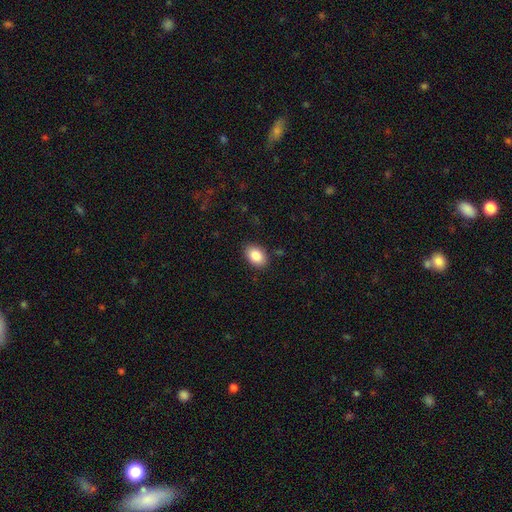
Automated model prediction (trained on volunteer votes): Smooth or featured: smooth — 86% (star or artifact — 7%)
How rounded: in between — 87% (round — 12%)
Merging: none — 88% (minor disturbance — 9%)